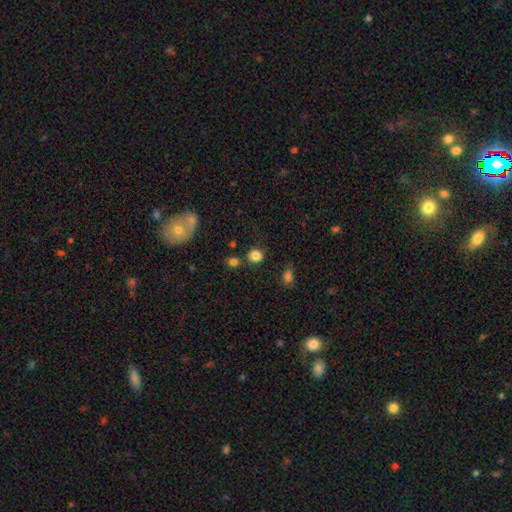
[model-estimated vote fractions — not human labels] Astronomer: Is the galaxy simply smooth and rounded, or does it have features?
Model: smooth — 83%.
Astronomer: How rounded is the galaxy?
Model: round — 85%.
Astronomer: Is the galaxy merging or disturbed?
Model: none — 77%.